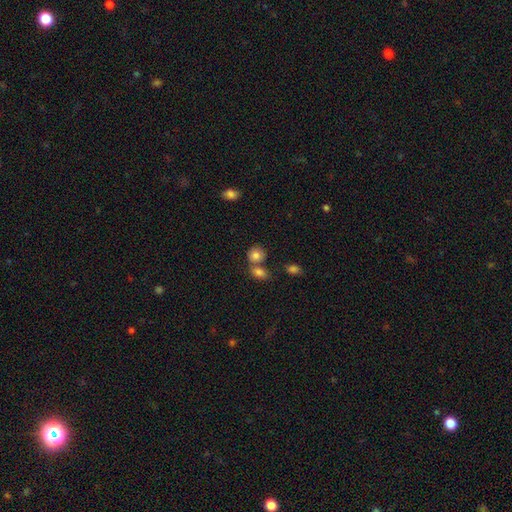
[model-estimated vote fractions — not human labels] Smooth or featured? smooth (81%)
How rounded? round (76%)
Merging? none (54%)